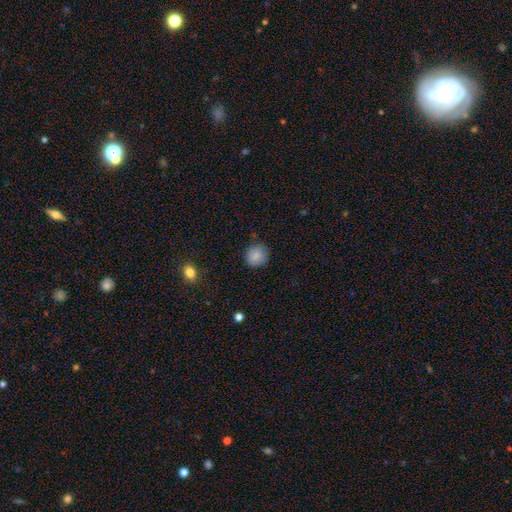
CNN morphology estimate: smooth-or-featured: smooth: 86% | star or artifact: 9% | featured or disk: 6%
  how-rounded: round: 88% | in between: 11% | cigar-shaped: 1%
  merging: none: 84% | minor disturbance: 12% | major disturbance: 3% | merger: 1%